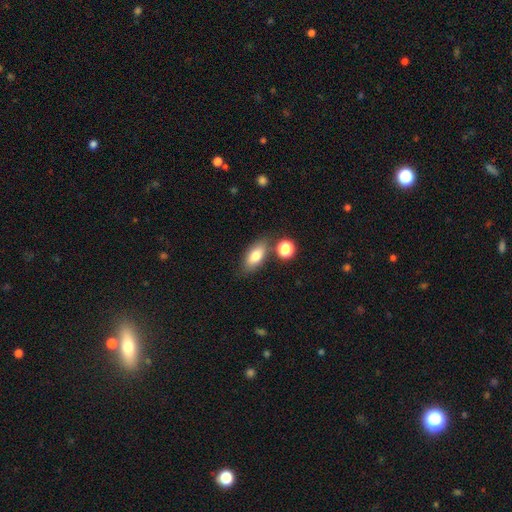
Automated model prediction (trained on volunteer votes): Overall: smooth (77%). How rounded: in between (83%). Merging: none (74%).